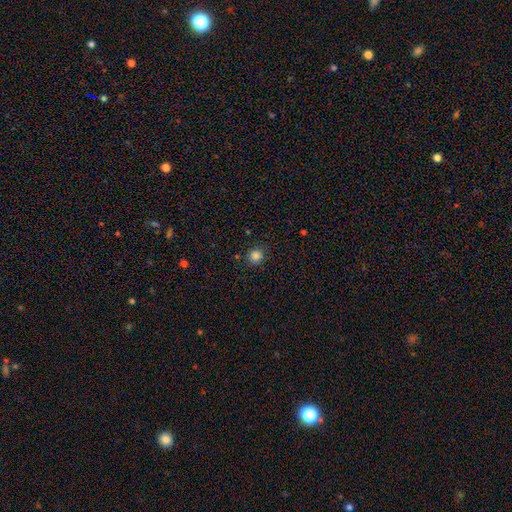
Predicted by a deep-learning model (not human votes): A smooth galaxy with no disk features (83%) that is round (88%). Merging: none (86%).